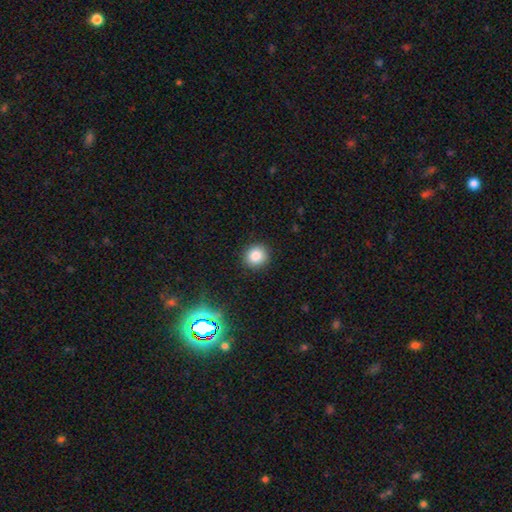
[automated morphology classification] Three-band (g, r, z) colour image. It shows a smooth galaxy with no disk features (84%) that is round (89%). Merging: none (90%).